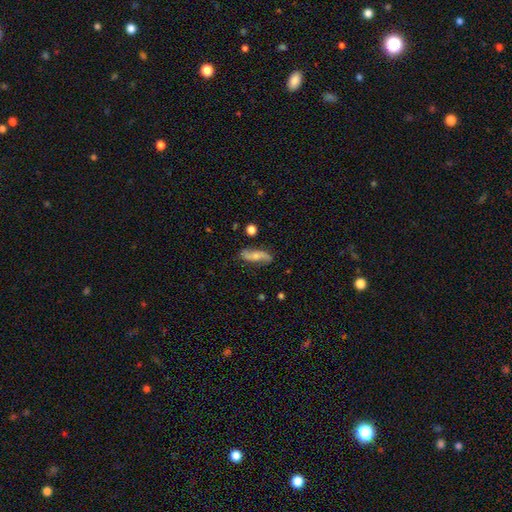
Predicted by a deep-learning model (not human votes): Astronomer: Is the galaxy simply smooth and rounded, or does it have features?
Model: featured or disk — 63%.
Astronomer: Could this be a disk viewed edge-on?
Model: no — 84%.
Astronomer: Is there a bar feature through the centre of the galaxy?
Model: no — 64%.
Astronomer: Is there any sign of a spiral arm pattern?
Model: yes — 91%.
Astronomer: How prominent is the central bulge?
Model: small — 49% (runner-up: moderate, 41%).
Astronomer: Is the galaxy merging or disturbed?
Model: none — 78%.